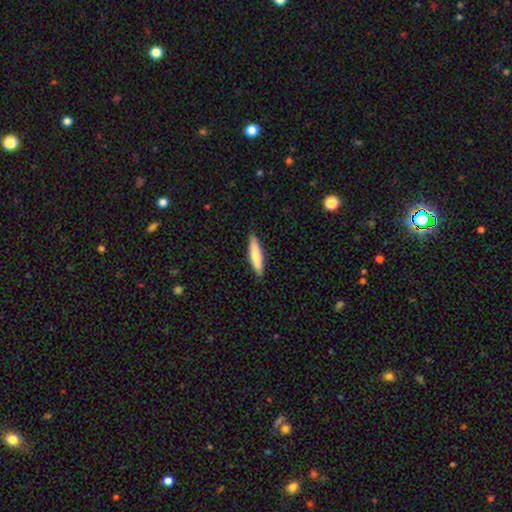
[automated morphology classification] smooth 76%, featured or disk 19%, star or artifact 5%. Down the decision tree: how rounded — cigar-shaped (78%); merging — none (88%).